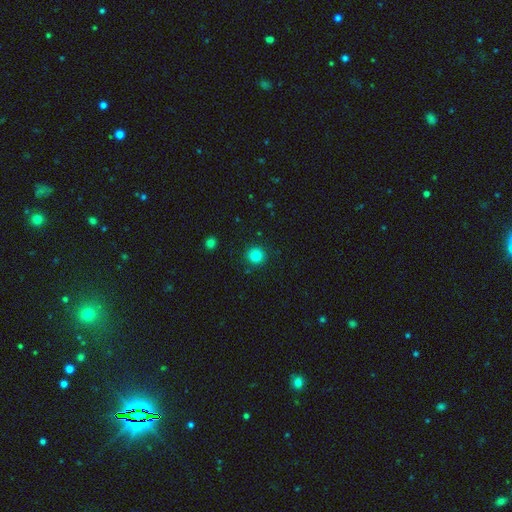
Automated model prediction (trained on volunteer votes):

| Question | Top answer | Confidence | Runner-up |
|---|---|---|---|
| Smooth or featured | smooth | 83% | star or artifact (12%) |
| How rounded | round | 94% | in between (5%) |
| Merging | none | 90% | minor disturbance (6%) |